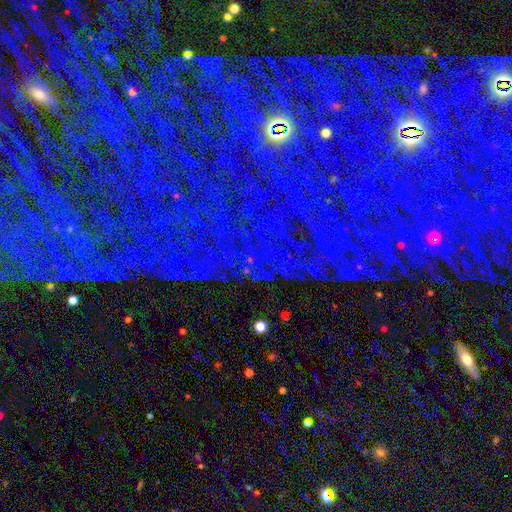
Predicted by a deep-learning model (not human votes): Overall: star or artifact (83%).